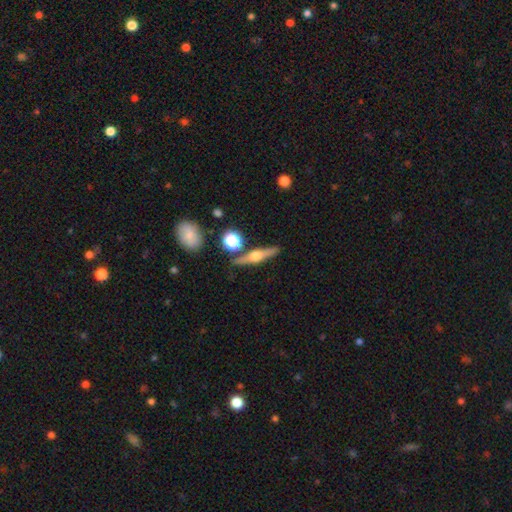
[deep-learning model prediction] Smooth or featured: featured or disk — 69% (smooth — 23%)
Edge-on disk: yes — 96% (no — 4%)
Edge-on bulge: rounded — 93% (boxy — 5%)
Merging: none — 83% (minor disturbance — 9%)